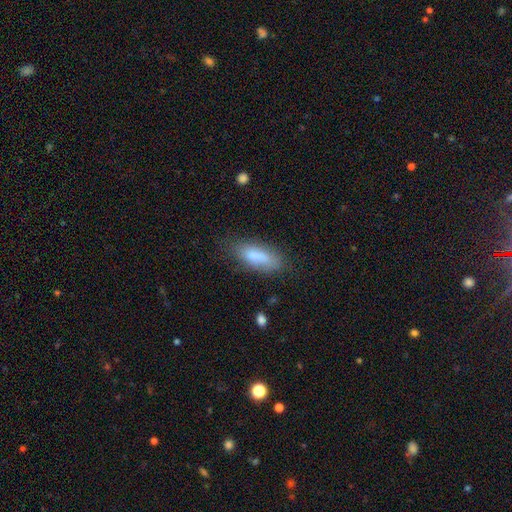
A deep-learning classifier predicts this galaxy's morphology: The model was most divided on "how rounded": in between: 69%, cigar-shaped: 29%, round: 2%. More confident: smooth or featured — smooth (80%); merging — none (72%).